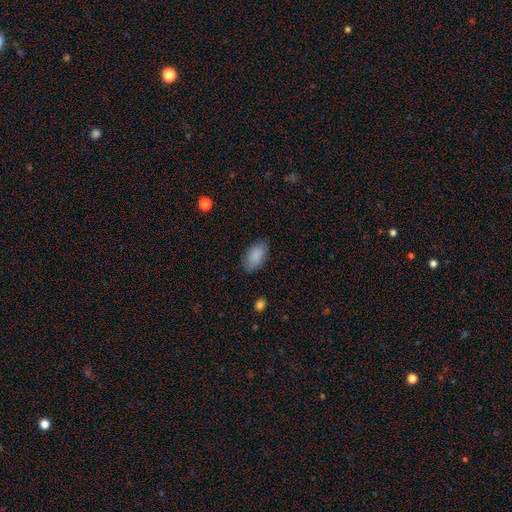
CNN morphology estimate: smooth 88%, star or artifact 7%, featured or disk 6%. Down the decision tree: how rounded — in between (94%); merging — none (82%).